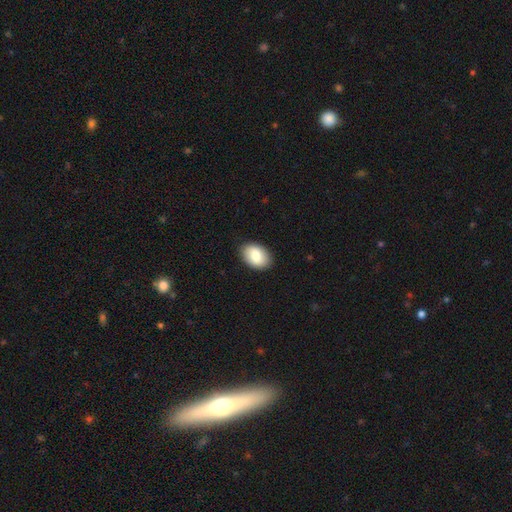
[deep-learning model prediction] A smooth galaxy with no disk features (81%) that is in between round and cigar-shaped (88%).

Vote fractions:
- Smooth or featured? smooth: 81% / featured or disk: 13% / star or artifact: 6%
- How rounded? in between: 88% / round: 11% / cigar-shaped: 1%
- Merging? none: 89% / minor disturbance: 8% / major disturbance: 2% / merger: 1%